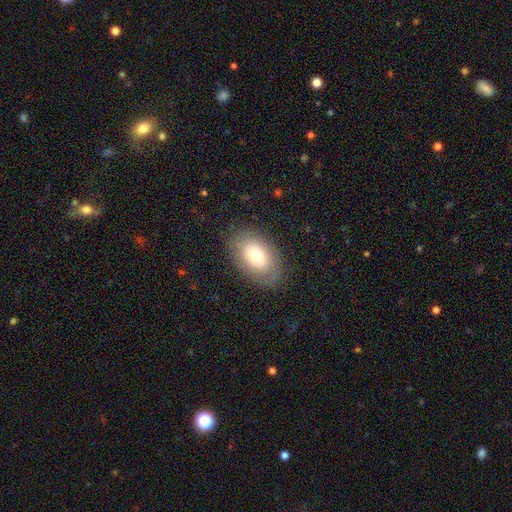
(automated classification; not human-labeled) A smooth galaxy with no disk features (63%) that is in between round and cigar-shaped (87%). Merging: none (78%).